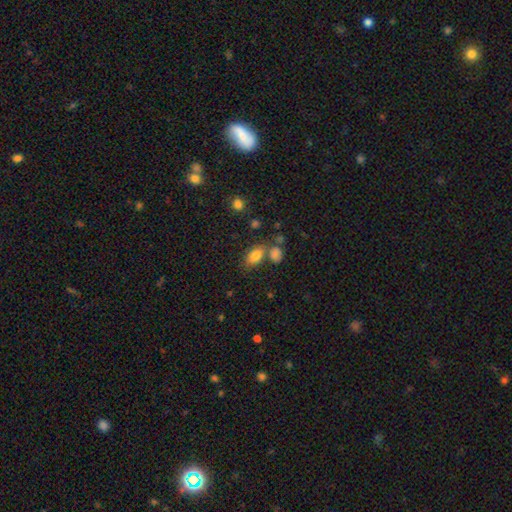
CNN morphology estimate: smooth 81%, star or artifact 10%, featured or disk 9%. Down the decision tree: how rounded — in between (89%); merging — none (60%).